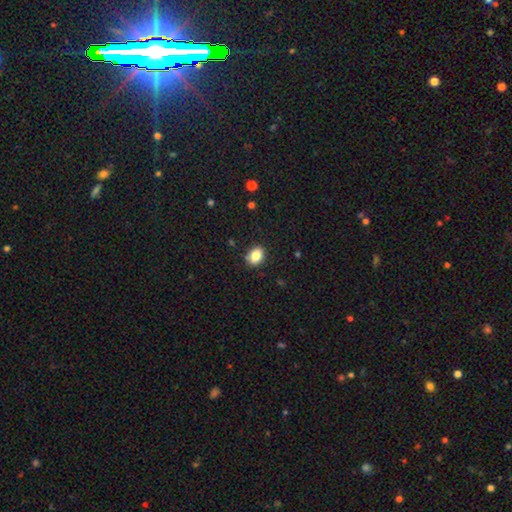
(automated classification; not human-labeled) Smooth or featured?
  - smooth: 84% *
  - star or artifact: 9%
  - featured or disk: 7%
How rounded?
  - in between: 66% *
  - round: 32%
  - cigar-shaped: 1%
Merging?
  - none: 85% *
  - minor disturbance: 11%
  - major disturbance: 2%
  - merger: 2%